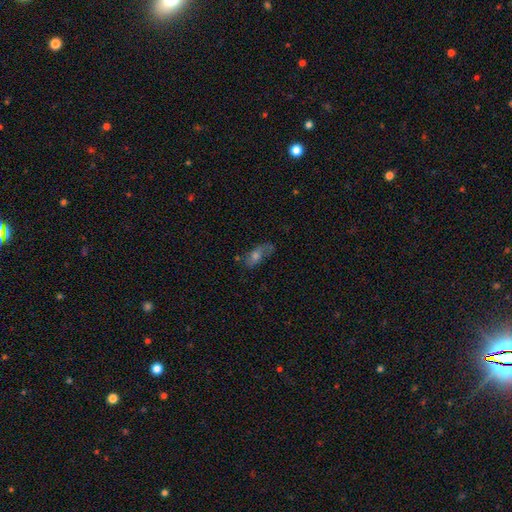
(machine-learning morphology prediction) Smooth or featured: featured or disk — 46% (smooth — 40%)
Merging: none — 59% (minor disturbance — 24%)